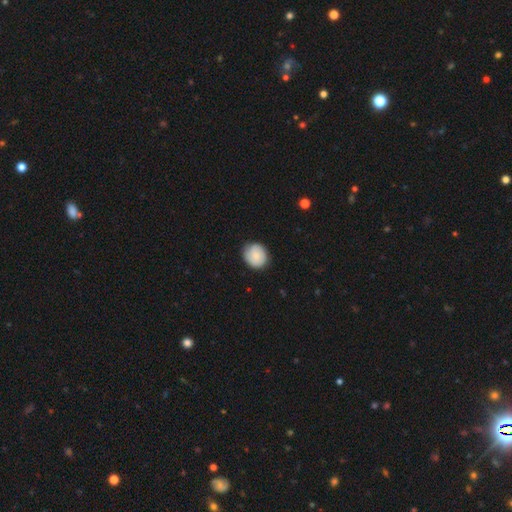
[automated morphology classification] This appears to be a smooth galaxy with no disk features (82%) that is round (82%). Merging: none (82%).